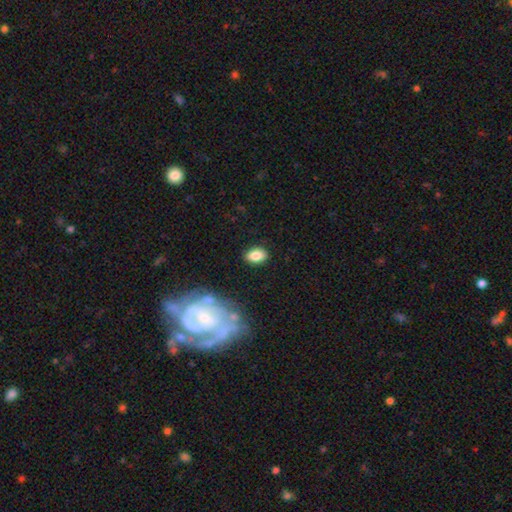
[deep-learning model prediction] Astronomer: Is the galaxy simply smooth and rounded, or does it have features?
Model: smooth — 81%.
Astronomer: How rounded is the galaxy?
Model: in between — 85%.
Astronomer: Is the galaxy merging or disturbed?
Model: none — 85%.